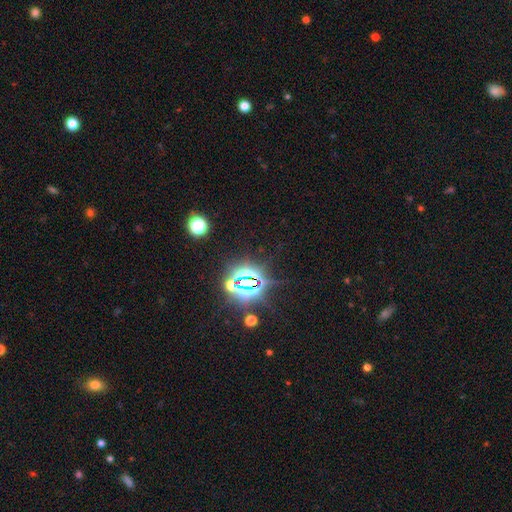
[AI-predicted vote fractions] This is clearly a star or artifact rather than a galaxy (84%).